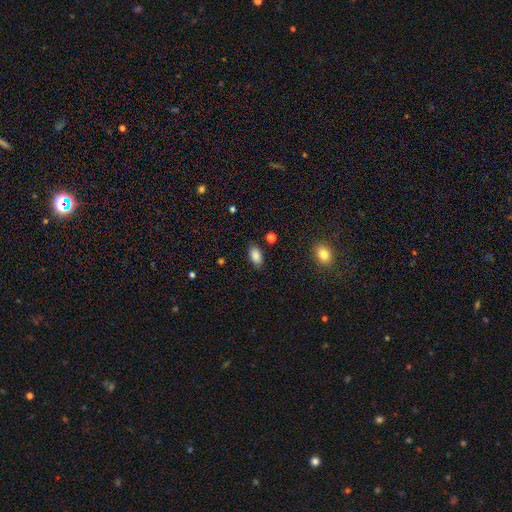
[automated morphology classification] smooth 87%, star or artifact 8%, featured or disk 5%. Down the decision tree: how rounded — in between (92%); merging — none (84%).